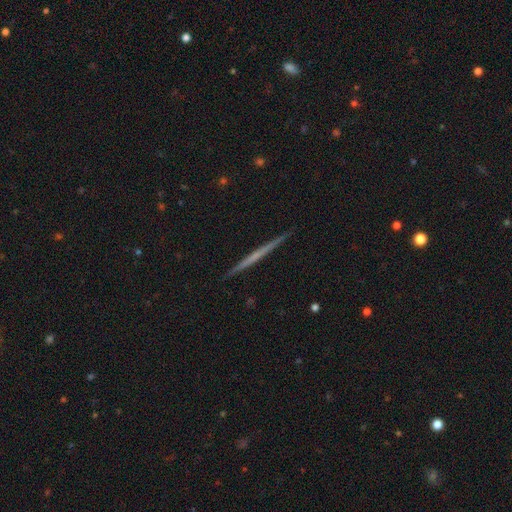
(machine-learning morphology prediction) Smooth or featured: featured or disk — 60% (smooth — 34%)
Edge-on disk: yes — 98% (no — 2%)
Edge-on bulge: none — 89% (rounded — 8%)
Merging: none — 92% (minor disturbance — 6%)